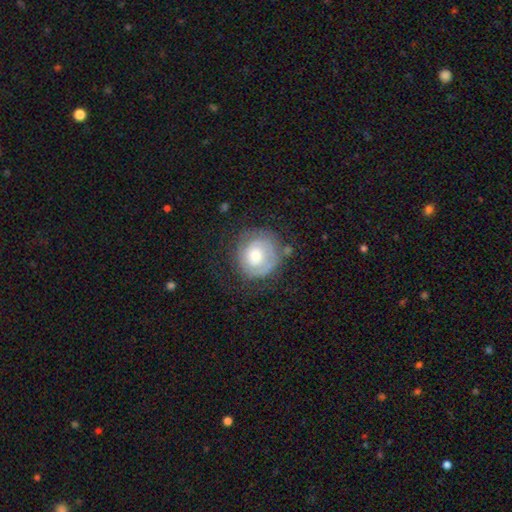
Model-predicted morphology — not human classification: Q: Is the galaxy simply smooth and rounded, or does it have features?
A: featured or disk — 59%.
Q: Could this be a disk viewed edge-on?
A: no — 97%.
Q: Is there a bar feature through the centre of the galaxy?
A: no — 77%.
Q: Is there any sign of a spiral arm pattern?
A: yes — 76%.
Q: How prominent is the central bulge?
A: moderate — 60%.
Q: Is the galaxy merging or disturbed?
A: none — 67%.